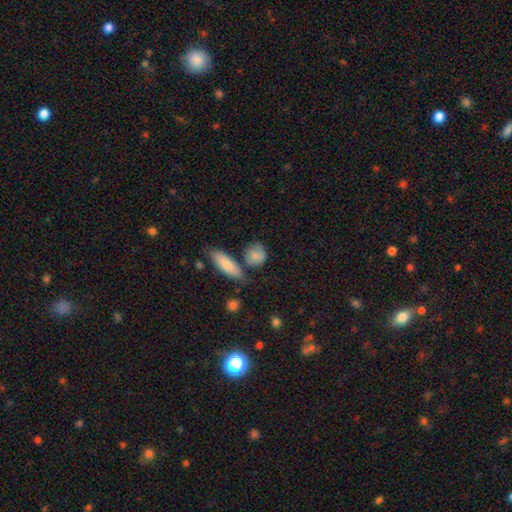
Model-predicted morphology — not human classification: Smooth or featured? smooth (80%)
How rounded? round (61%)
Merging? none (59%)